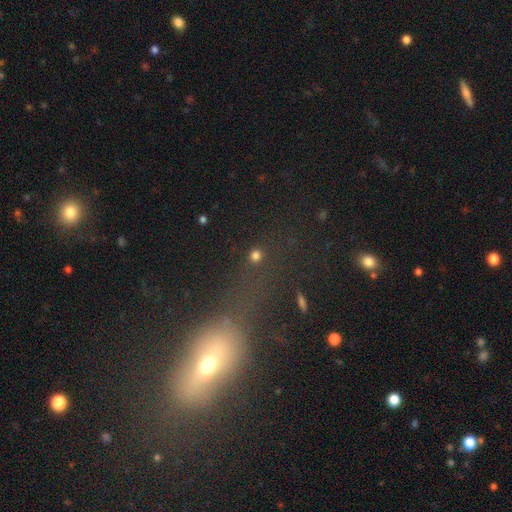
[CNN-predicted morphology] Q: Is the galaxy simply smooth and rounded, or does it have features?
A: smooth — 71%.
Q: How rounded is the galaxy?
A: round — 88%.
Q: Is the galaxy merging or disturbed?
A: none — 81%.